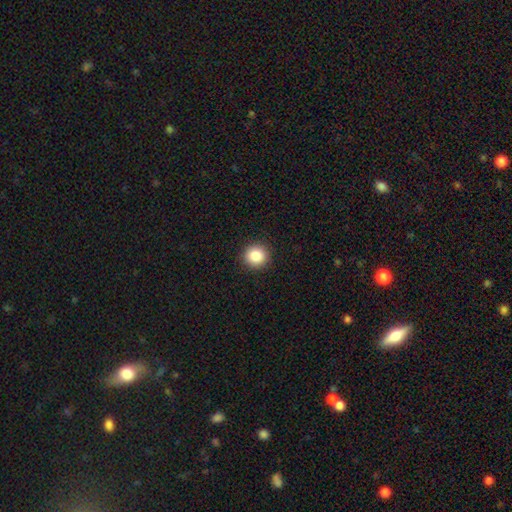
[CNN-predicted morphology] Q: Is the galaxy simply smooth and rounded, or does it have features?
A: smooth — 86%.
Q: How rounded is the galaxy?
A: round — 93%.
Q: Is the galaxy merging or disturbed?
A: none — 92%.